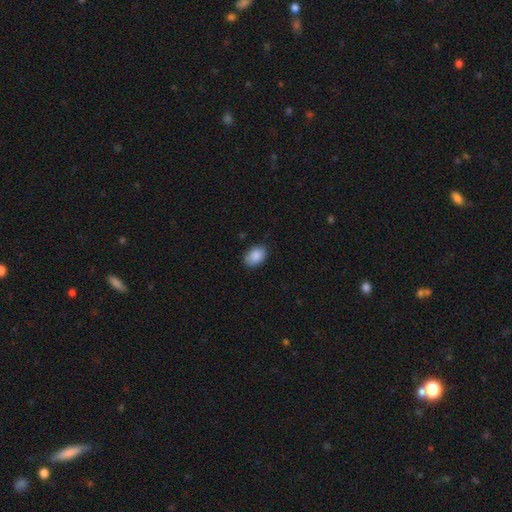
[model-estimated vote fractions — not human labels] Smooth or featured? smooth (89%)
How rounded? in between (84%)
Merging? none (82%)